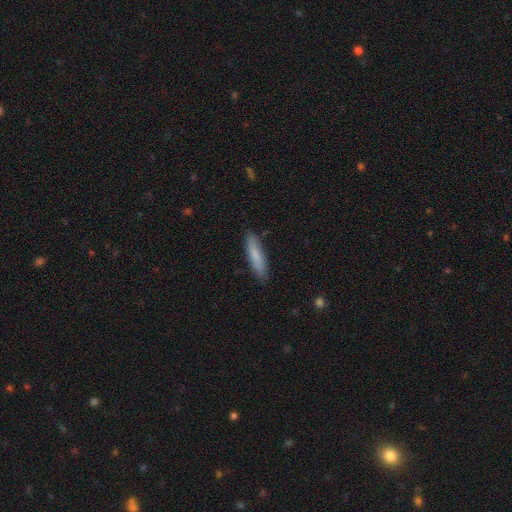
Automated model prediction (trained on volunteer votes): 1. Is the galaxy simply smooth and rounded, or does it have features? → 80% smooth, 14% featured or disk, 6% star or artifact.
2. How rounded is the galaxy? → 75% cigar-shaped, 24% in between, 1% round.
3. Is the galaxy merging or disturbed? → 85% none, 11% minor disturbance, 2% major disturbance, 1% merger.